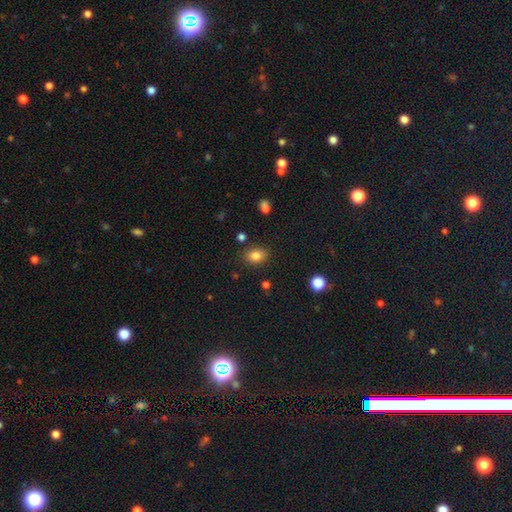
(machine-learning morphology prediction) Q: Smooth or featured?
A: smooth (82%); runner-up: star or artifact (11%)
Q: How rounded?
A: in between (63%); runner-up: round (36%)
Q: Merging?
A: none (82%); runner-up: minor disturbance (12%)